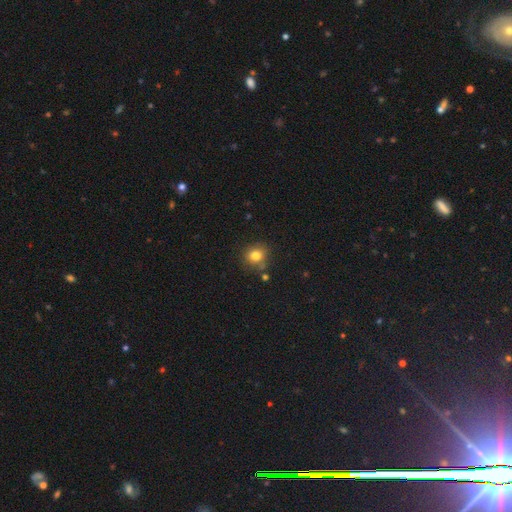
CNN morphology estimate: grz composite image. It shows a smooth galaxy with no disk features (80%) that is round (84%). Merging: none (75%).